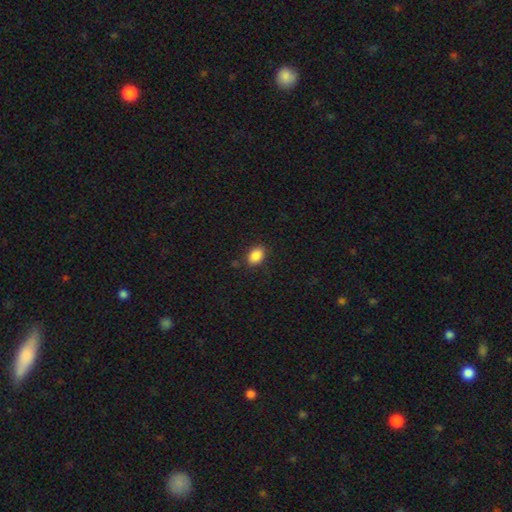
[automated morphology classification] Smooth or featured? Predicted: smooth (p=0.88). How rounded? Predicted: in between (p=0.82). Merging? Predicted: none (p=0.84).